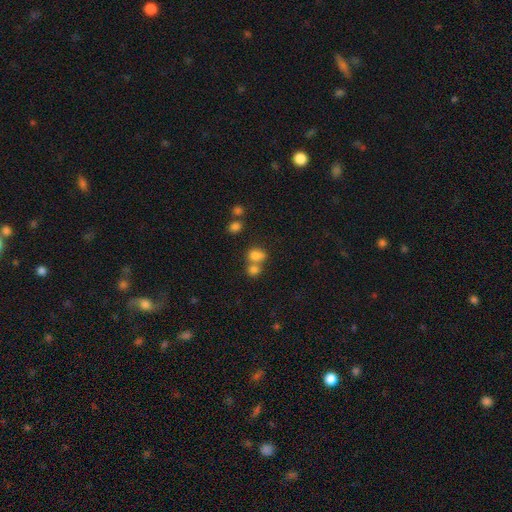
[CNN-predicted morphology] Smooth or featured?
  - smooth: 77% *
  - star or artifact: 13%
  - featured or disk: 9%
How rounded?
  - in between: 50% *
  - round: 48%
  - cigar-shaped: 1%
Merging?
  - merger: 52% *
  - none: 35%
  - minor disturbance: 9%
  - major disturbance: 5%